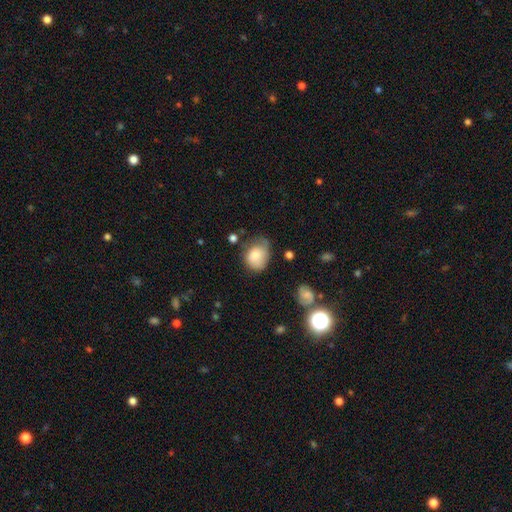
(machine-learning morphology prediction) Smooth or featured? Predicted: smooth (p=0.78). How rounded? Predicted: round (p=0.51). Merging? Predicted: none (p=0.43).